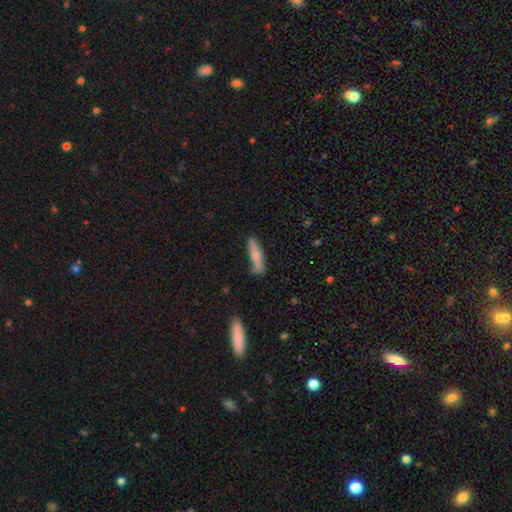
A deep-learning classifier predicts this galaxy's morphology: This appears to be a smooth galaxy with no disk features (47%). Merging: none (66%).